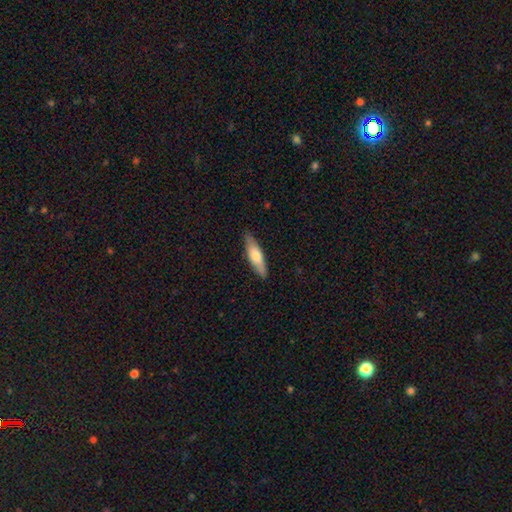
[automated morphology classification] Smooth or featured: smooth — 67% (featured or disk — 28%)
How rounded: cigar-shaped — 67% (in between — 31%)
Merging: none — 86% (minor disturbance — 11%)